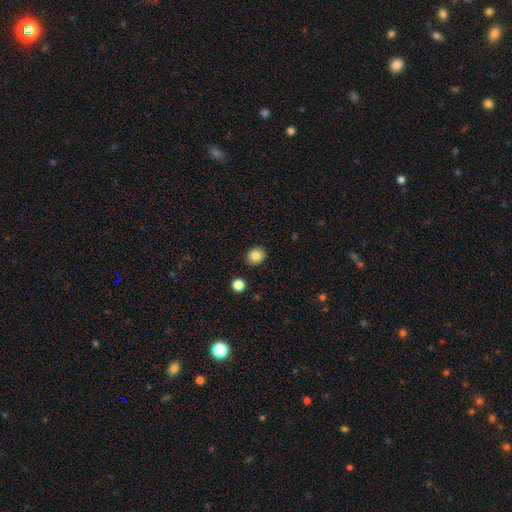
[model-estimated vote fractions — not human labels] Q: Smooth or featured?
A: smooth (84%); runner-up: star or artifact (10%)
Q: How rounded?
A: round (74%); runner-up: in between (25%)
Q: Merging?
A: none (89%); runner-up: minor disturbance (7%)